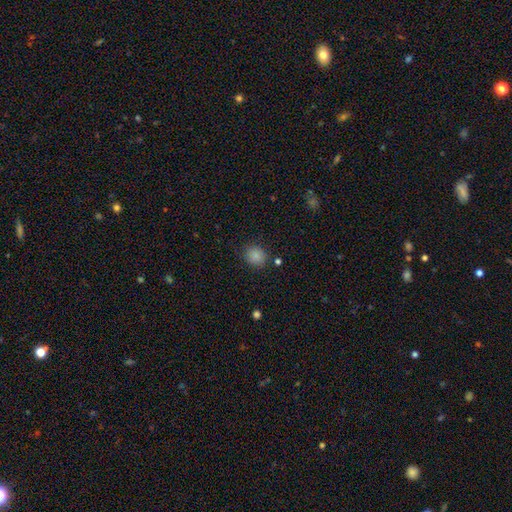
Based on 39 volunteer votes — A smooth galaxy with no disk features (97%) that is round (84%).

Vote fractions:
- Smooth or featured? smooth: 97% / star or artifact: 3% / featured or disk: 0%
- How rounded? round: 84% / in between: 16% / cigar-shaped: 0%
- Merging? none: 92% / major disturbance: 5% / merger: 3% / minor disturbance: 0%